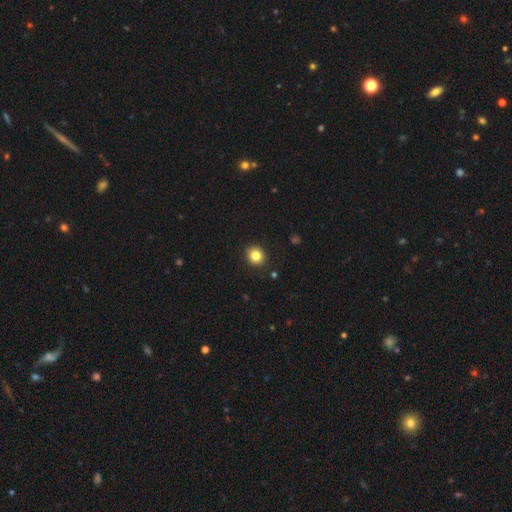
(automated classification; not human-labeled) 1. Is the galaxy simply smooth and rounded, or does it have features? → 83% smooth, 11% star or artifact, 6% featured or disk.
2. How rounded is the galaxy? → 79% round, 20% in between, 1% cigar-shaped.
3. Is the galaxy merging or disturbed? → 91% none, 6% minor disturbance, 2% major disturbance, 1% merger.